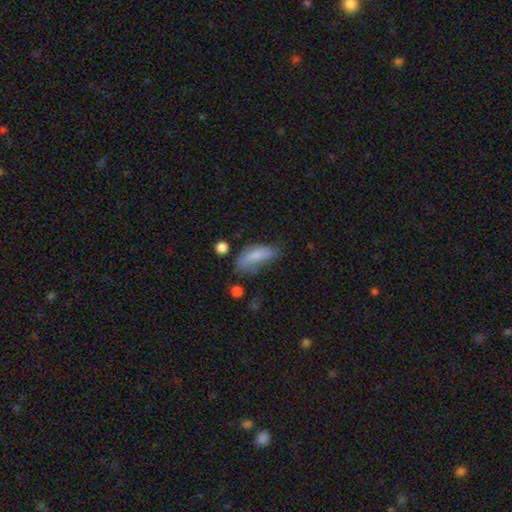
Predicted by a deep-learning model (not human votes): Morphology: type=smooth (72%); roundness=in between (71%); merging=none (40%).